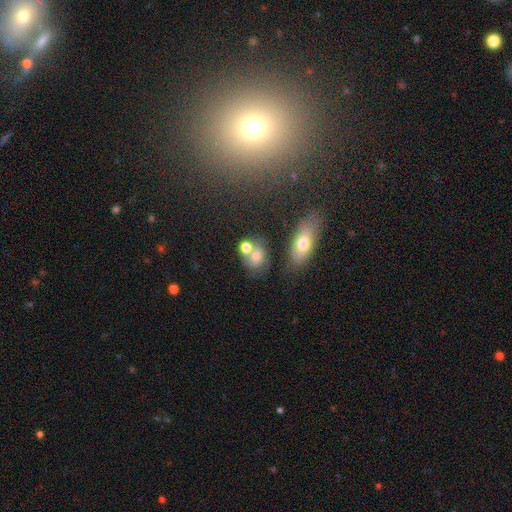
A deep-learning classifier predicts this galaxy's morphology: smooth 62%, featured or disk 25%, star or artifact 13%. Down the decision tree: how rounded — round (52%); merging — none (42%).